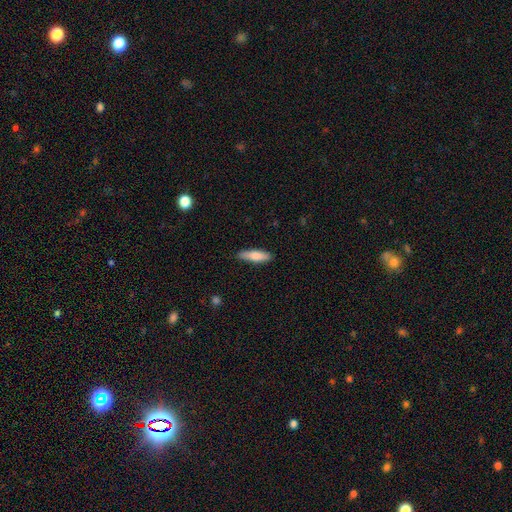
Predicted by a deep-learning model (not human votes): A smooth galaxy with no disk features (78%) that is cigar-shaped (61%).

Vote fractions:
- Smooth or featured? smooth: 78% / featured or disk: 16% / star or artifact: 6%
- How rounded? cigar-shaped: 61% / in between: 37% / round: 2%
- Merging? none: 87% / minor disturbance: 10% / major disturbance: 2% / merger: 1%